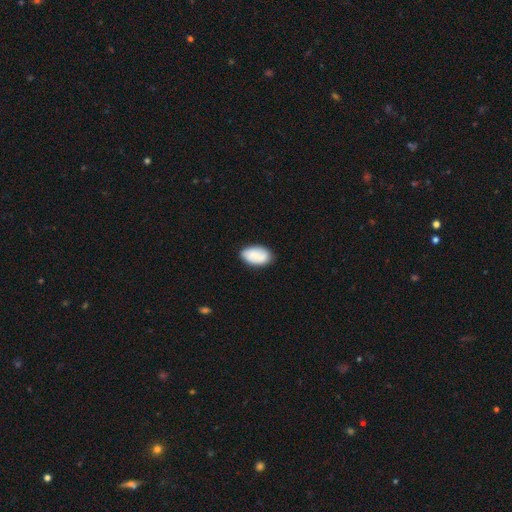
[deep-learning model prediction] smooth-or-featured: smooth: 77% | featured or disk: 16% | star or artifact: 7%
  how-rounded: in between: 93% | round: 5% | cigar-shaped: 2%
  merging: none: 84% | minor disturbance: 12% | major disturbance: 2% | merger: 1%